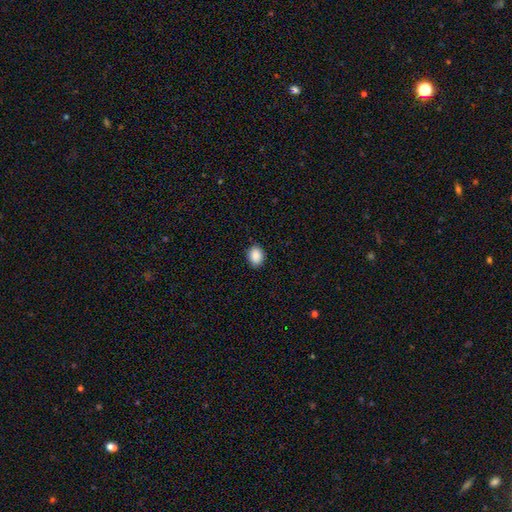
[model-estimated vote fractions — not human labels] This appears to be a smooth galaxy with no disk features (89%) that is in between round and cigar-shaped (50%). Merging: none (90%).